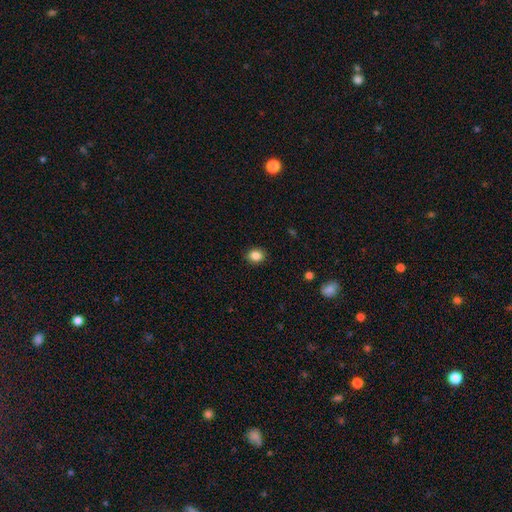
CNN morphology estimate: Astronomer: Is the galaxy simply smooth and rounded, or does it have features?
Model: smooth — 85%.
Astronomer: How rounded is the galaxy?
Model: round — 57% (runner-up: in between, 42%).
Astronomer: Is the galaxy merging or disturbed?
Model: none — 89%.